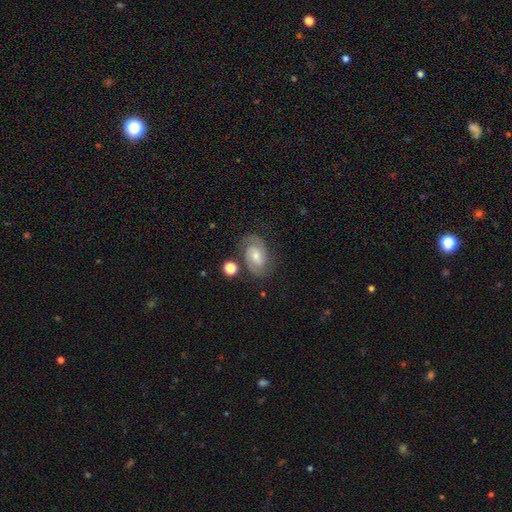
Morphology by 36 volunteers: featured or disk 83%, smooth 17%, star or artifact 0%. Down the decision tree: edge-on disk — no (100%); bar — weak (60%); spiral arms — yes (97%); spiral arm count — 2 (97%); spiral winding — tight (45%, tied with medium); bulge size — moderate (50%, tied with small); merging — none (81%).